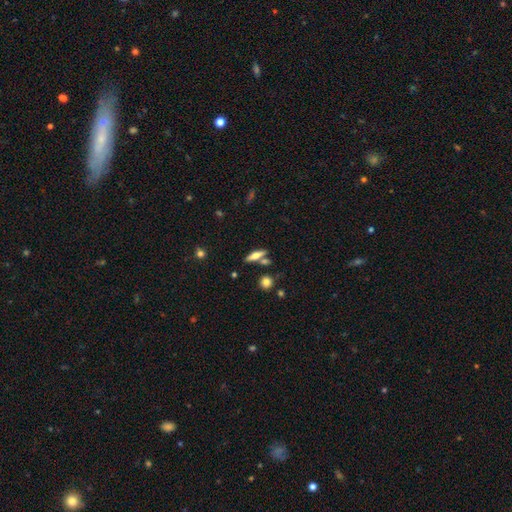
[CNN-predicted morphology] smooth-or-featured: smooth: 50% | featured or disk: 41% | star or artifact: 9%
  how-rounded: cigar-shaped: 63% | in between: 33% | round: 5%
  merging: none: 72% | merger: 14% | minor disturbance: 11% | major disturbance: 3%